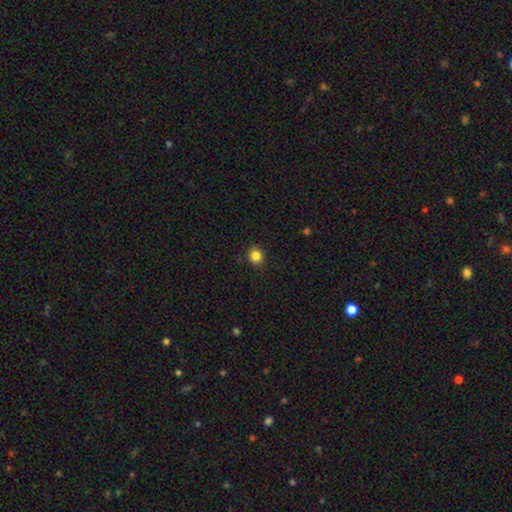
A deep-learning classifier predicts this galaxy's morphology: This appears to be a smooth galaxy with no disk features (84%) that is round (86%). Merging: none (90%).